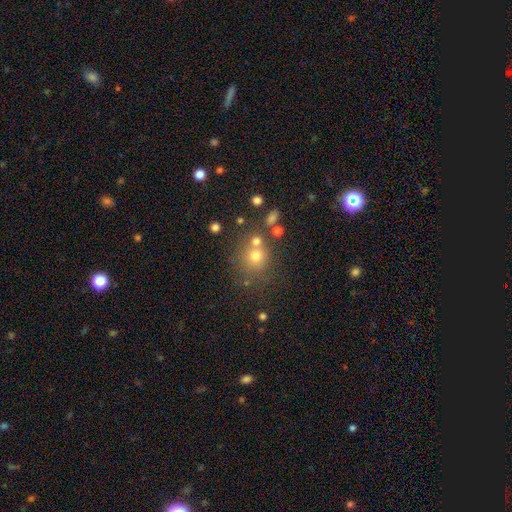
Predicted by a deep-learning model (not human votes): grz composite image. It shows a smooth galaxy with no disk features (69%) that is round (86%). Merging: none (61%).